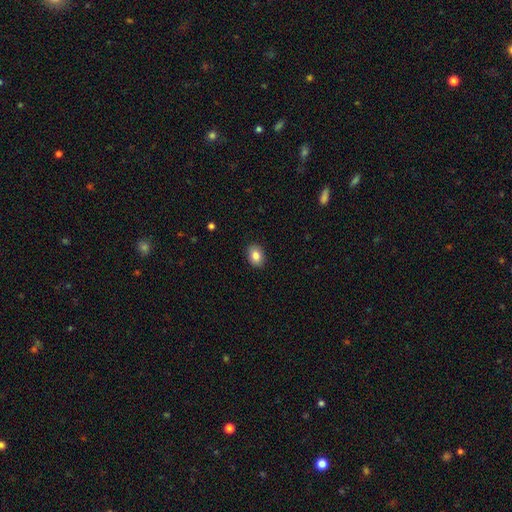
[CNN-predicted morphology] This is clearly a smooth galaxy (83%). How rounded: likely in between (69%). Merging: clearly none (89%).